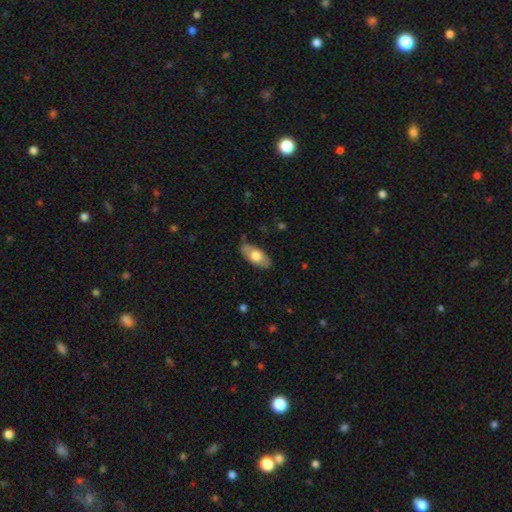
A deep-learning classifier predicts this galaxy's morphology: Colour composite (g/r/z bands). It shows a smooth galaxy with no disk features (68%) that is in between round and cigar-shaped (89%). Merging: none (84%).